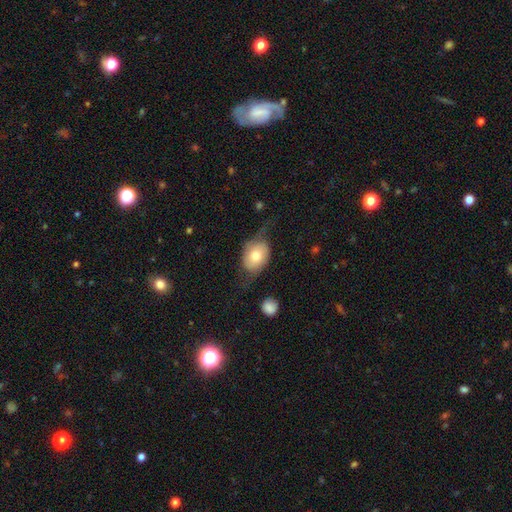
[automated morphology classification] smooth-or-featured: smooth: 55% | featured or disk: 39% | star or artifact: 7%
  how-rounded: in between: 62% | round: 37% | cigar-shaped: 1%
  merging: none: 44% | minor disturbance: 28% | major disturbance: 25% | merger: 3%